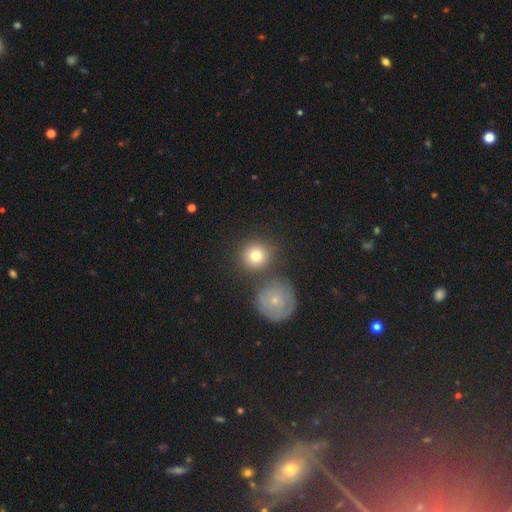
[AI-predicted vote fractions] Overall: smooth (77%). How rounded: round (91%). Merging: none (76%).